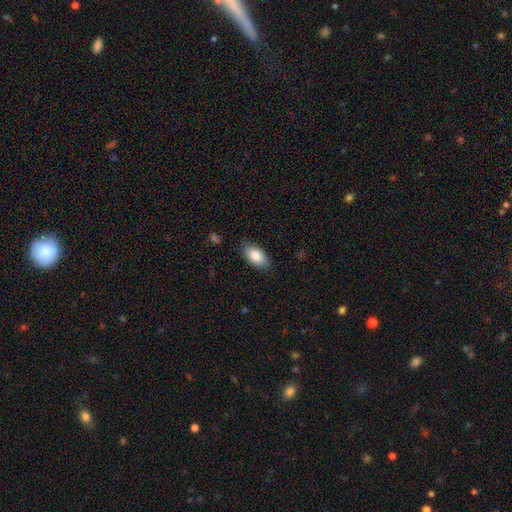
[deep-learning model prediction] A smooth galaxy with no disk features (85%) that is in between round and cigar-shaped (92%). Merging: none (83%).